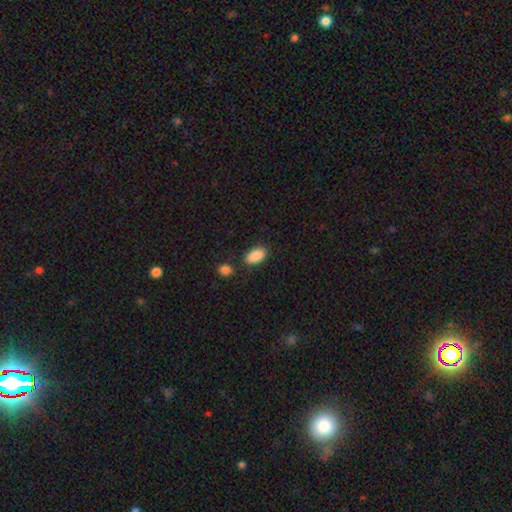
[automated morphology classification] smooth 89%, star or artifact 7%, featured or disk 4%. Down the decision tree: how rounded — in between (93%); merging — none (78%).